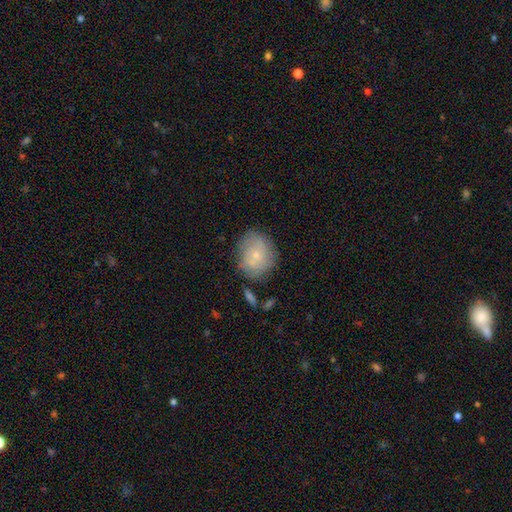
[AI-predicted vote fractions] Smooth or featured?
  - smooth: 61% *
  - featured or disk: 31%
  - star or artifact: 8%
How rounded?
  - round: 66% *
  - in between: 33%
  - cigar-shaped: 1%
Merging?
  - none: 67% *
  - minor disturbance: 21%
  - major disturbance: 7%
  - merger: 4%